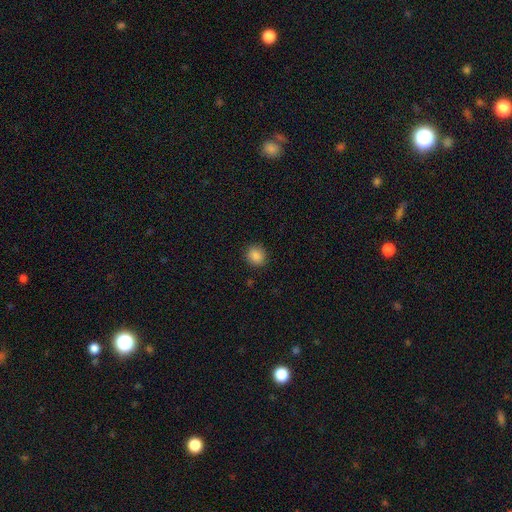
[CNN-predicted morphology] type=smooth (87%); roundness=round (78%); merging=none (88%).